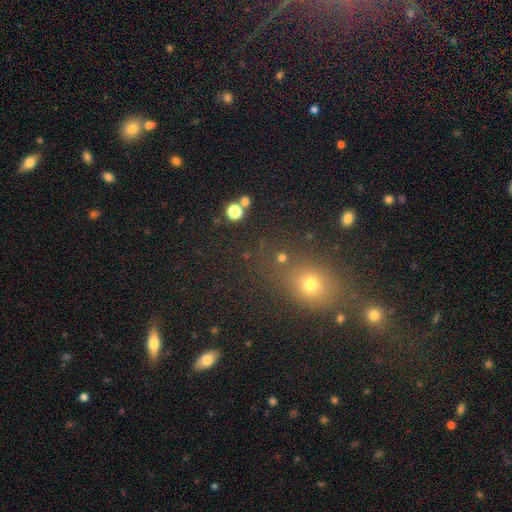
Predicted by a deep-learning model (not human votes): Smooth or featured? smooth (48%)
Merging? none (71%)